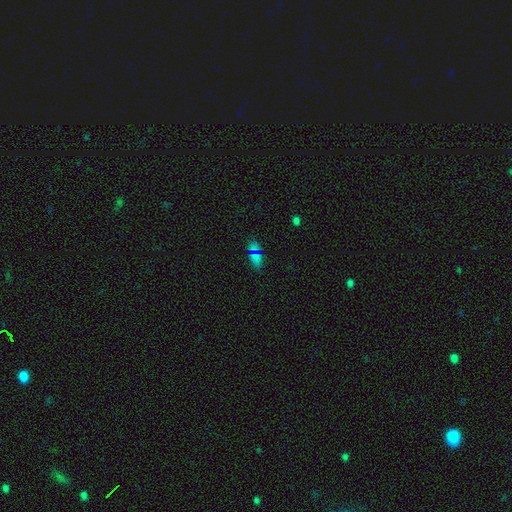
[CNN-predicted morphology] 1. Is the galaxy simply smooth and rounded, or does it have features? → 58% smooth, 34% star or artifact, 7% featured or disk.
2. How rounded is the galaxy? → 82% in between, 10% round, 7% cigar-shaped.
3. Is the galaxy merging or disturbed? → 72% none, 14% minor disturbance, 8% merger, 6% major disturbance.